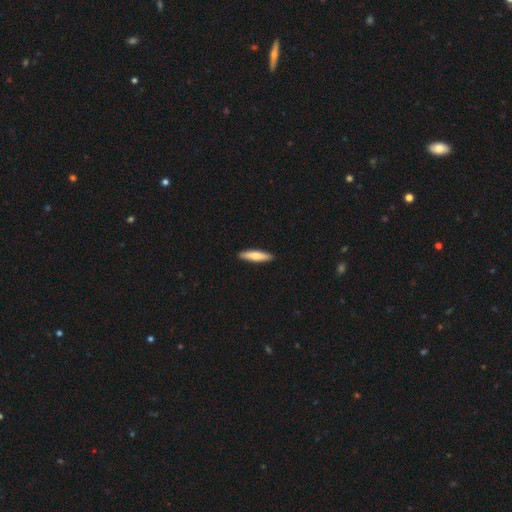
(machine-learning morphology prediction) The model was most divided on "smooth or featured": smooth: 69%, featured or disk: 26%, star or artifact: 5%. More confident: merging — none (91%); how rounded — cigar-shaped (82%).